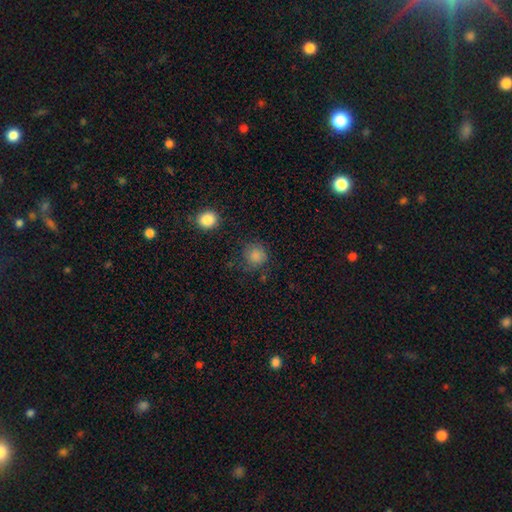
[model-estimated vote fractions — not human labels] Smooth or featured? Predicted: smooth (p=0.83). How rounded? Predicted: round (p=0.89). Merging? Predicted: none (p=0.74).